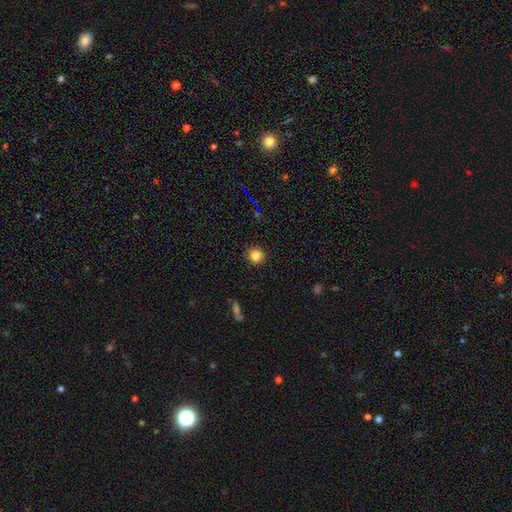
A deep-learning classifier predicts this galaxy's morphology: This appears to be a smooth galaxy with no disk features (83%) that is round (93%). Merging: none (92%).